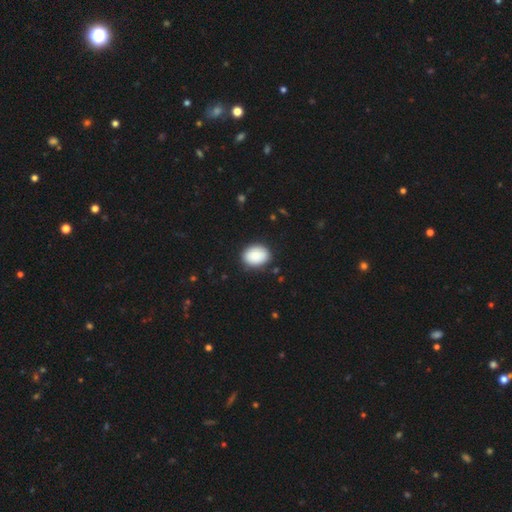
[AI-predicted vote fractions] smooth 89%, star or artifact 7%, featured or disk 4%. Down the decision tree: how rounded — in between (69%); merging — none (84%).